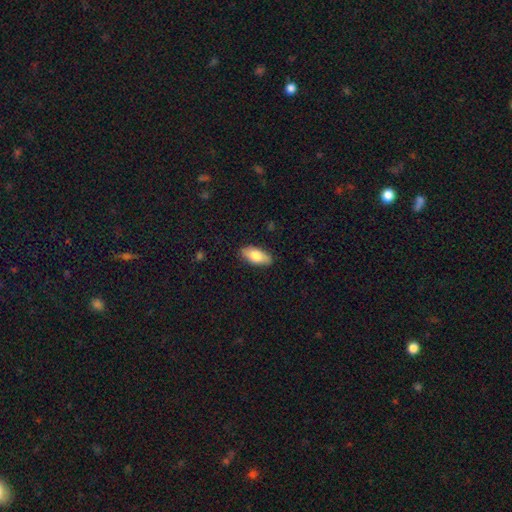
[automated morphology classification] smooth_or_featured: smooth (p=0.78) [alt: featured or disk p=0.16]
how_rounded: in between (p=0.87) [alt: cigar-shaped p=0.11]
merging: none (p=0.87) [alt: minor disturbance p=0.10]